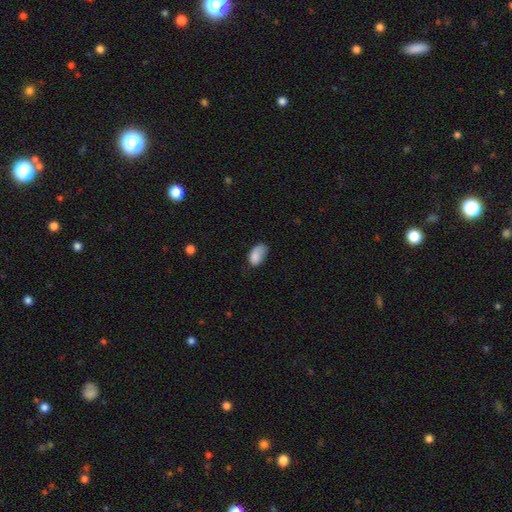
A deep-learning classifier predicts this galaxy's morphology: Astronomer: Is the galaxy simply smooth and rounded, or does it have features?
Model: smooth — 84%.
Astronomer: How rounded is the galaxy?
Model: in between — 93%.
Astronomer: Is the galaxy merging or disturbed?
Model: none — 46% (runner-up: minor disturbance, 38%).